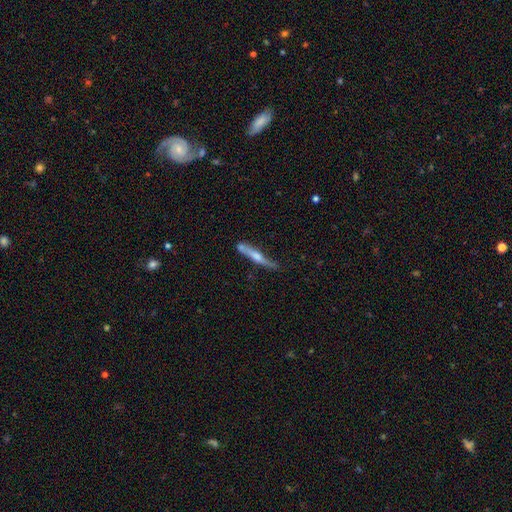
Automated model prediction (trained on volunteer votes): This appears to be a featured or disk galaxy (54%) viewed edge-on (91%). Merging: none (63%).